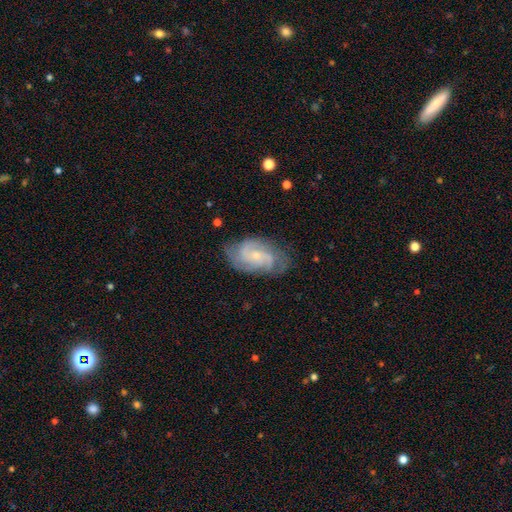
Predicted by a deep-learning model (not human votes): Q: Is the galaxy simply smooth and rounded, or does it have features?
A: featured or disk — 82%.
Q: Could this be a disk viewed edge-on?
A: no — 97%.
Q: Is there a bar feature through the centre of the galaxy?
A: no — 59%.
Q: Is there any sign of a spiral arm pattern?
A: yes — 96%.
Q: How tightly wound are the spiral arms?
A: tight — 47%.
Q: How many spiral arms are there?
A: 2 — 34%.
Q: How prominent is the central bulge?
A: small — 73%.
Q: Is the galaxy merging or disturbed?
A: none — 76%.